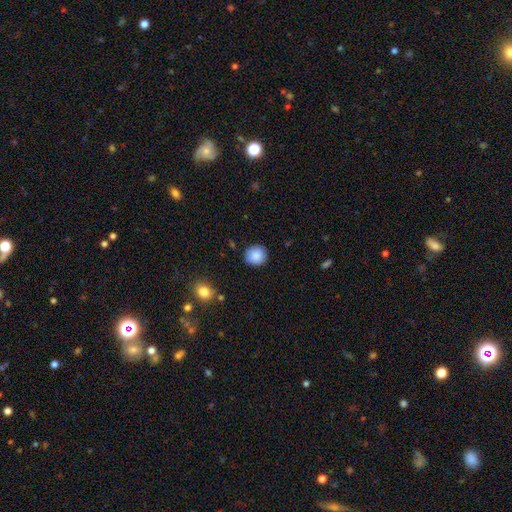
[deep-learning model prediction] This appears to be a smooth galaxy with no disk features (88%) that is round (90%). Merging: none (88%).